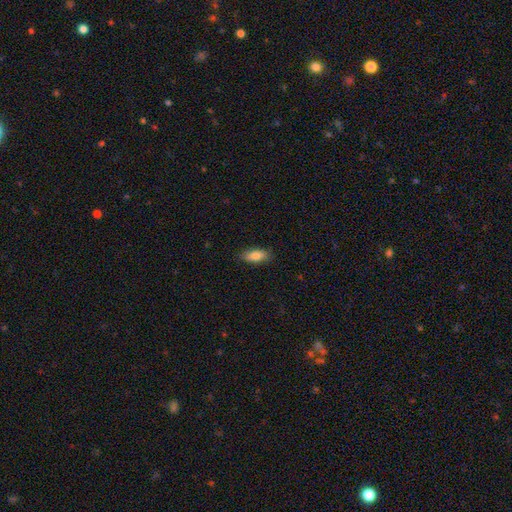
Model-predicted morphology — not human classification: Smooth or featured? Predicted: smooth (p=0.82). How rounded? Predicted: in between (p=0.79). Merging? Predicted: none (p=0.85).